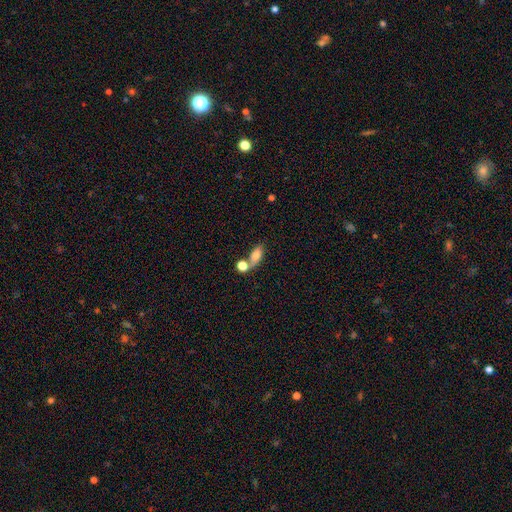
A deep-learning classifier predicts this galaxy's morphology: Smooth or featured? smooth (76%)
How rounded? in between (79%)
Merging? none (43%)